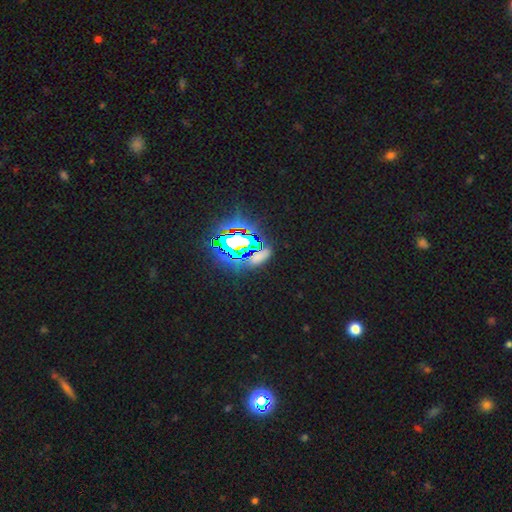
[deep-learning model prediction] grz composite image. It shows a star or artifact, not a galaxy (63%).